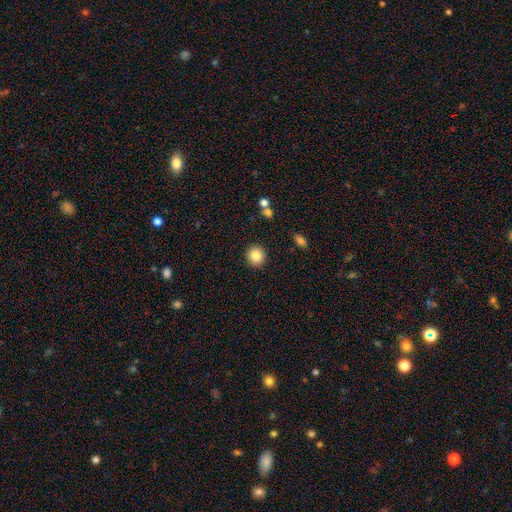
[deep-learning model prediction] Q: Smooth or featured?
A: smooth (84%); runner-up: star or artifact (10%)
Q: How rounded?
A: round (87%); runner-up: in between (12%)
Q: Merging?
A: none (91%); runner-up: minor disturbance (6%)